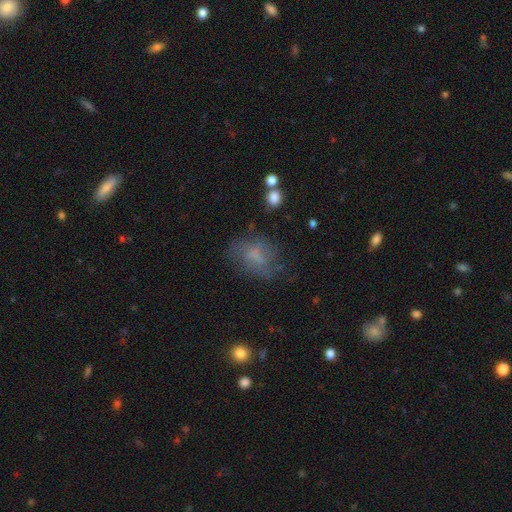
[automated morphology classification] smooth_or_featured: smooth (p=0.52) [alt: featured or disk p=0.33]
how_rounded: in between (p=0.76) [alt: round p=0.21]
merging: none (p=0.51) [alt: minor disturbance p=0.25]